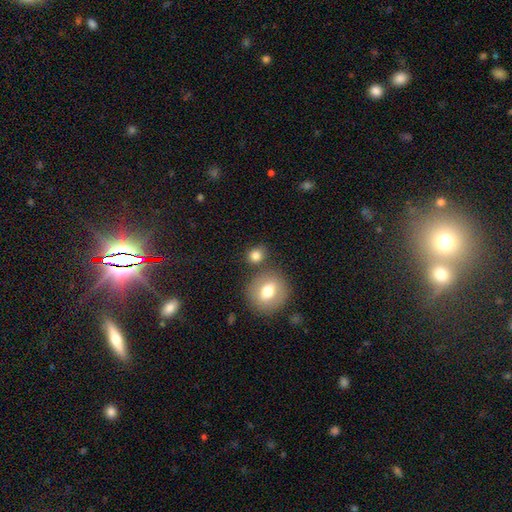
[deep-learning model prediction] Smooth or featured? Predicted: smooth (p=0.80). How rounded? Predicted: round (p=0.71). Merging? Predicted: none (p=0.70).